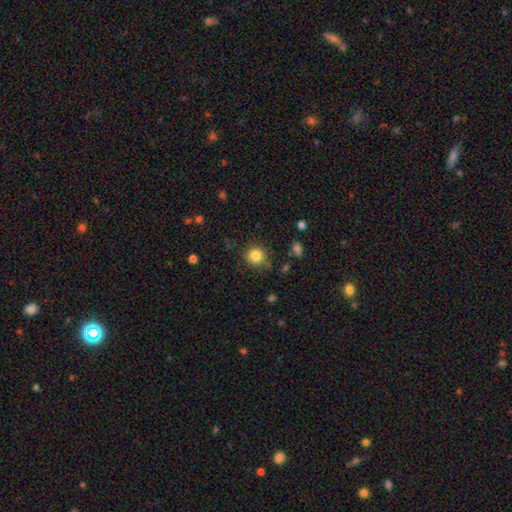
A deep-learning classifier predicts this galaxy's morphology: Smooth or featured?
  - smooth: 83% *
  - star or artifact: 11%
  - featured or disk: 6%
How rounded?
  - round: 92% *
  - in between: 7%
  - cigar-shaped: 1%
Merging?
  - none: 84% *
  - minor disturbance: 9%
  - major disturbance: 3%
  - merger: 3%